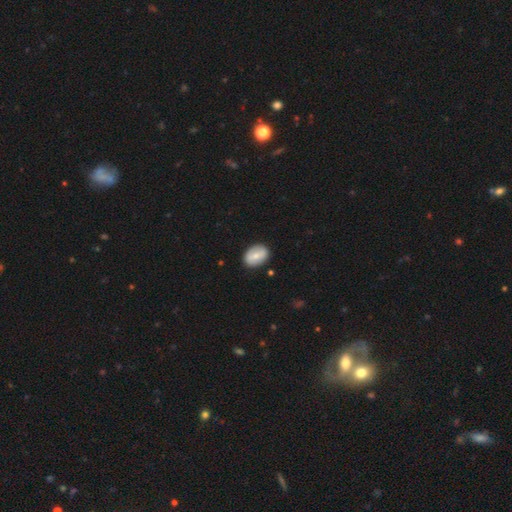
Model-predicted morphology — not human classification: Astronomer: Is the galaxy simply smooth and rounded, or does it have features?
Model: smooth — 64%.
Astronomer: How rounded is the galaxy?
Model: in between — 81%.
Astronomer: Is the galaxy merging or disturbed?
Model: none — 86%.